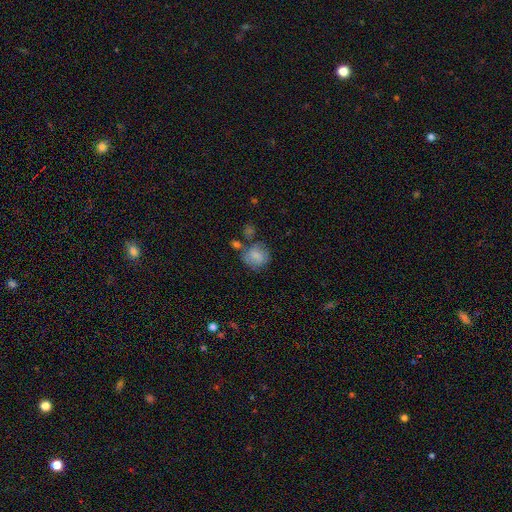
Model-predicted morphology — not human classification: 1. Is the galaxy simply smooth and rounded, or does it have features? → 76% smooth, 15% featured or disk, 9% star or artifact.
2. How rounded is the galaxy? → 72% round, 27% in between, 1% cigar-shaped.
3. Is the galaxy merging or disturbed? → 52% none, 22% minor disturbance, 16% merger, 11% major disturbance.